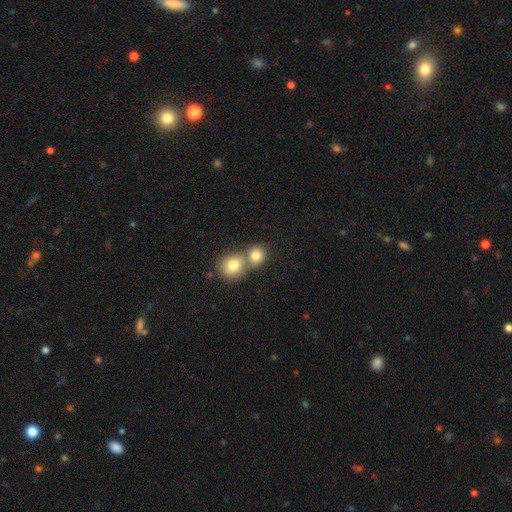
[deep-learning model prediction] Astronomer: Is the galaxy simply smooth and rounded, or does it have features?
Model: smooth — 80%.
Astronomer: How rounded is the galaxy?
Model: round — 82%.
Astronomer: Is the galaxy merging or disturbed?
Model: merger — 51% (runner-up: none, 40%).